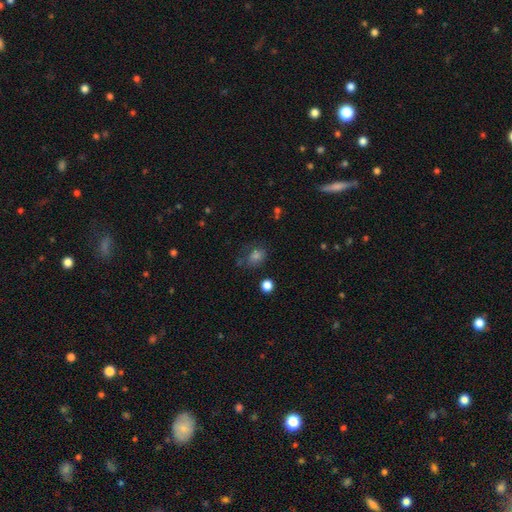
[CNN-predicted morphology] Smooth or featured? Predicted: smooth (p=0.64). How rounded? Predicted: in between (p=0.50). Merging? Predicted: none (p=0.61).